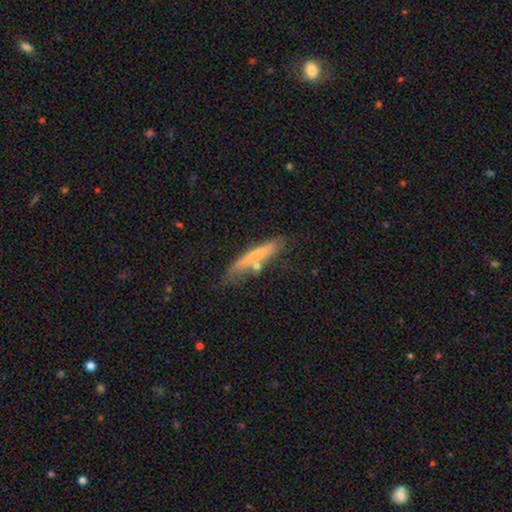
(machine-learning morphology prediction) A smooth galaxy with no disk features (65%) that is cigar-shaped (91%). Merging: none (68%).